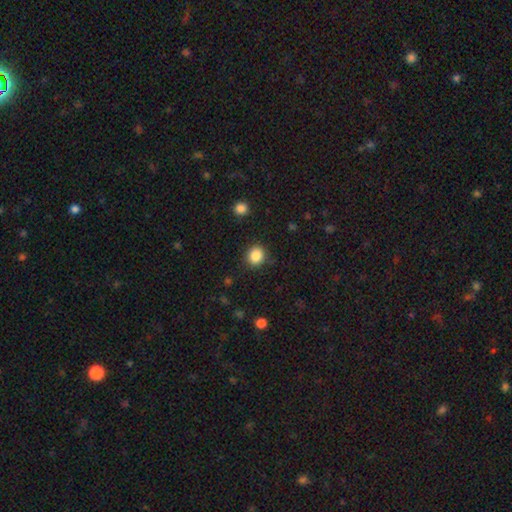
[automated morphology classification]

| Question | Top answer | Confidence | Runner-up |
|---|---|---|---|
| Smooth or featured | smooth | 86% | star or artifact (10%) |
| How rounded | round | 84% | in between (15%) |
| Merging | none | 87% | minor disturbance (9%) |